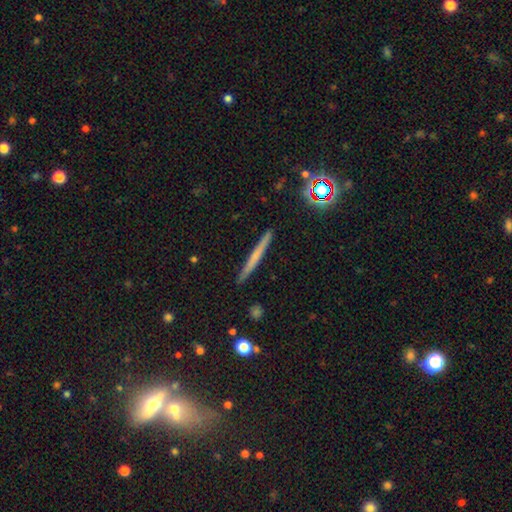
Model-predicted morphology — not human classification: A smooth galaxy with no disk features (47%). Merging: none (91%).